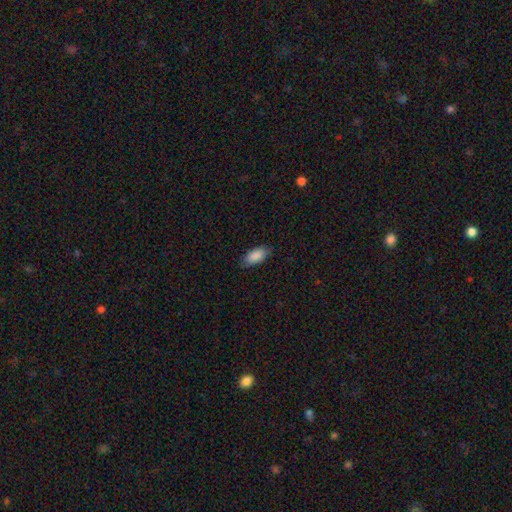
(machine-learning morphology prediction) Smooth or featured?
  - smooth: 89% *
  - star or artifact: 6%
  - featured or disk: 5%
How rounded?
  - in between: 89% *
  - cigar-shaped: 9%
  - round: 2%
Merging?
  - none: 82% *
  - minor disturbance: 15%
  - major disturbance: 3%
  - merger: 1%